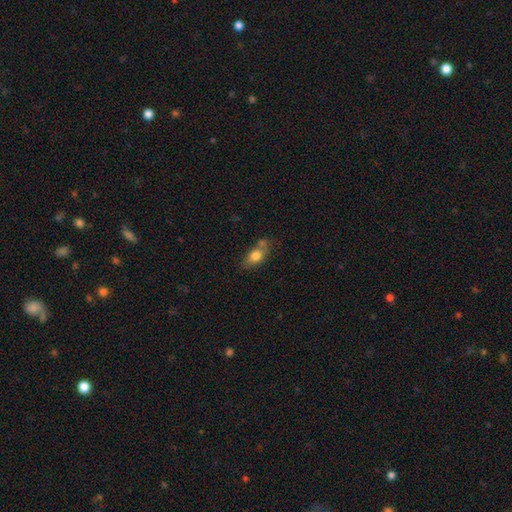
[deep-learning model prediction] A smooth galaxy with no disk features (74%) that is in between round and cigar-shaped (77%).

Vote fractions:
- Smooth or featured? smooth: 74% / featured or disk: 17% / star or artifact: 8%
- How rounded? in between: 77% / round: 14% / cigar-shaped: 9%
- Merging? none: 48% / minor disturbance: 25% / merger: 19% / major disturbance: 8%